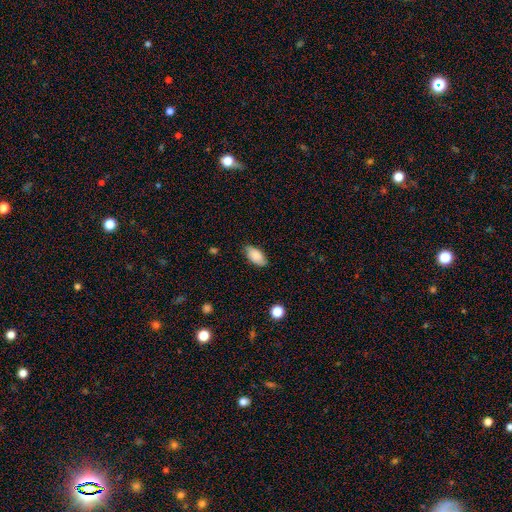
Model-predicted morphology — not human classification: Overall: smooth (82%). How rounded: in between (93%). Merging: none (80%).